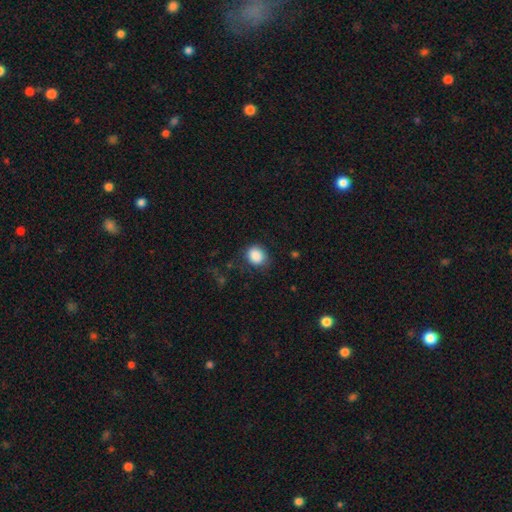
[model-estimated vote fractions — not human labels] Morphology: type=smooth (88%); roundness=round (67%); merging=none (75%).